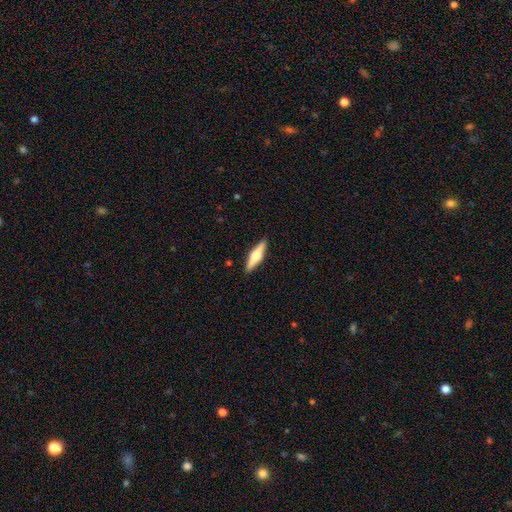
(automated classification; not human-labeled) This appears to be a featured or disk galaxy (56%) viewed edge-on (96%) with a rounded central bulge (92%). Merging: none (91%).